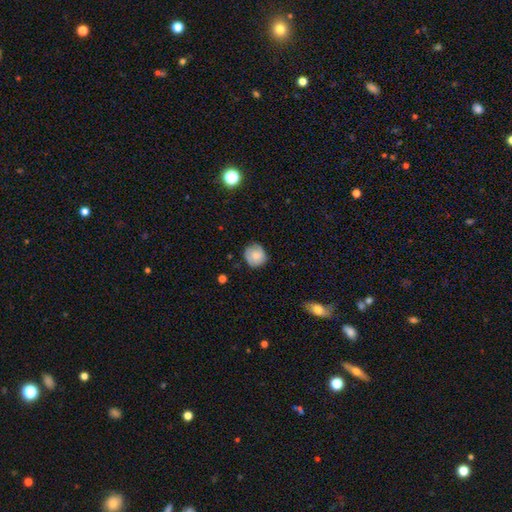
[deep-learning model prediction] Smooth or featured?
  - smooth: 70% *
  - featured or disk: 22%
  - star or artifact: 8%
How rounded?
  - round: 89% *
  - in between: 10%
  - cigar-shaped: 1%
Merging?
  - none: 76% *
  - minor disturbance: 19%
  - major disturbance: 3%
  - merger: 1%